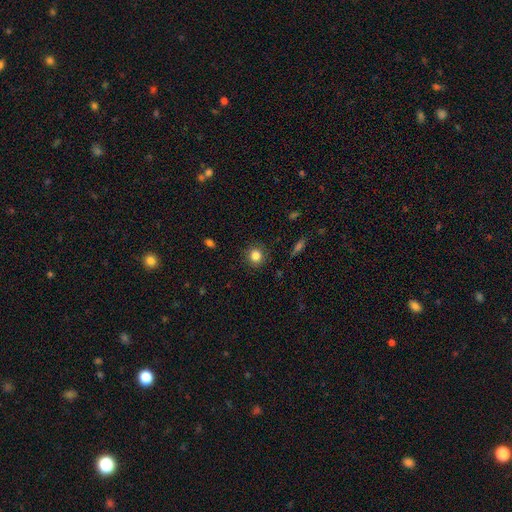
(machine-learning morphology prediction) This is clearly a smooth galaxy (84%). How rounded: clearly round (89%). Merging: clearly none (88%).